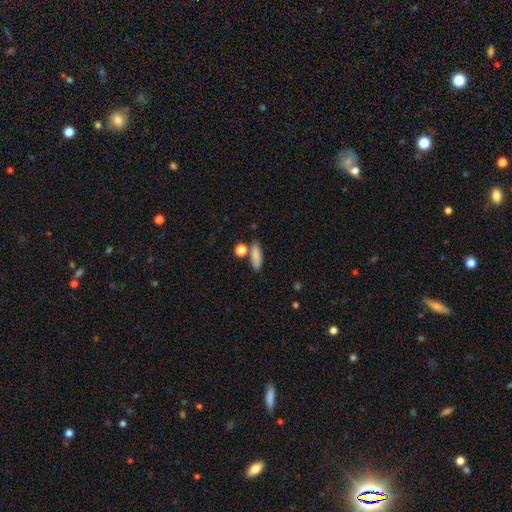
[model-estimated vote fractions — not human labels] smooth_or_featured: smooth (p=0.84) [alt: star or artifact p=0.08]
how_rounded: in between (p=0.53) [alt: cigar-shaped p=0.41]
merging: none (p=0.73) [alt: minor disturbance p=0.12]